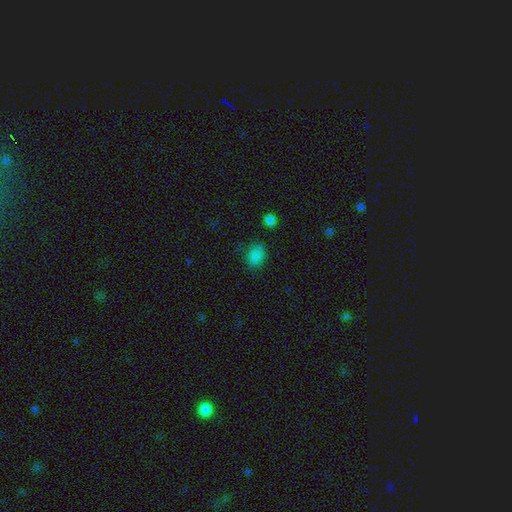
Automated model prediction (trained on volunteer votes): Smooth or featured? Predicted: smooth (p=0.82). How rounded? Predicted: in between (p=0.62). Merging? Predicted: none (p=0.77).